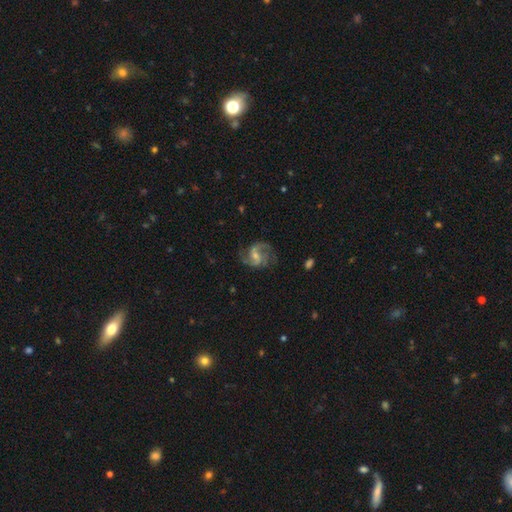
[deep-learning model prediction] Q: Smooth or featured?
A: featured or disk (86%); runner-up: smooth (7%)
Q: Edge-on disk?
A: no (98%); runner-up: yes (2%)
Q: Bar?
A: weak (51%); runner-up: no (30%)
Q: Spiral arms?
A: yes (97%); runner-up: no (3%)
Q: Spiral winding?
A: medium (54%); runner-up: loose (27%)
Q: Spiral arm count?
A: 2 (69%); runner-up: 3 (16%)
Q: Bulge size?
A: small (52%); runner-up: moderate (40%)
Q: Merging?
A: none (73%); runner-up: minor disturbance (16%)